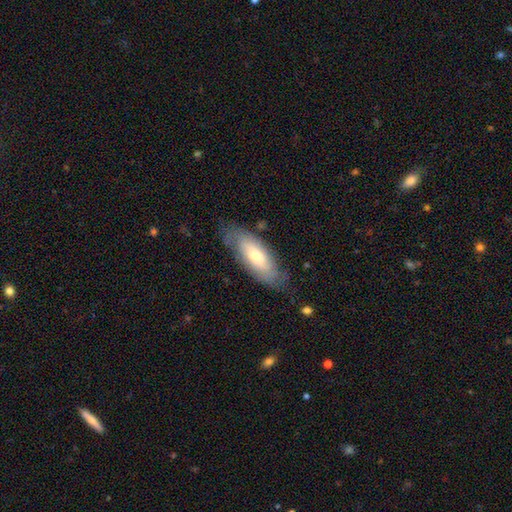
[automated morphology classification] The model was most divided on "smooth or featured": smooth: 55%, featured or disk: 39%, star or artifact: 6%. More confident: merging — none (73%); how rounded — in between (72%).